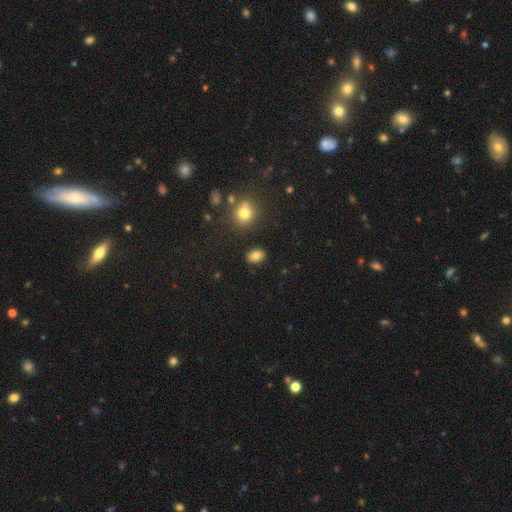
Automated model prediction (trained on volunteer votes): Smooth or featured?
  - smooth: 82% *
  - star or artifact: 11%
  - featured or disk: 7%
How rounded?
  - in between: 76% *
  - round: 23%
  - cigar-shaped: 1%
Merging?
  - none: 87% *
  - minor disturbance: 9%
  - merger: 2%
  - major disturbance: 2%